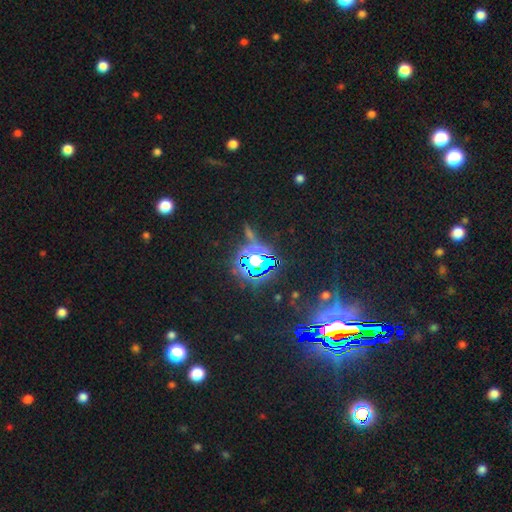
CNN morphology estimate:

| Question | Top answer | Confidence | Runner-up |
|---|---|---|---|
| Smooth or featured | star or artifact | 82% | smooth (10%) |